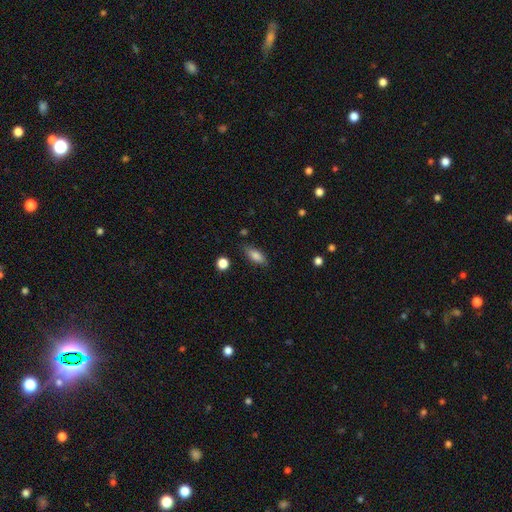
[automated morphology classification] A smooth galaxy with no disk features (81%) that is in between round and cigar-shaped (73%). Merging: none (80%).